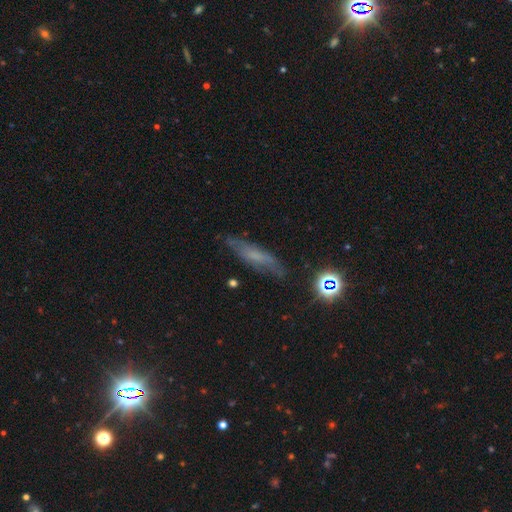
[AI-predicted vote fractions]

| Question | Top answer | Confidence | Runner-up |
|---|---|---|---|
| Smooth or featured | featured or disk | 43% | smooth (40%) |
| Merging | none | 70% | minor disturbance (20%) |